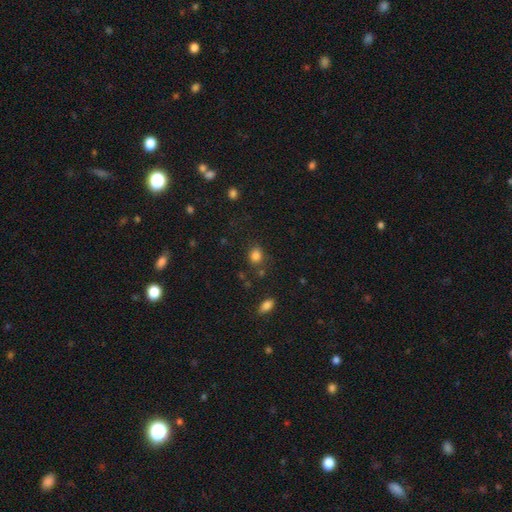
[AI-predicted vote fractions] Smooth or featured? smooth (82%)
How rounded? round (50%)
Merging? none (74%)